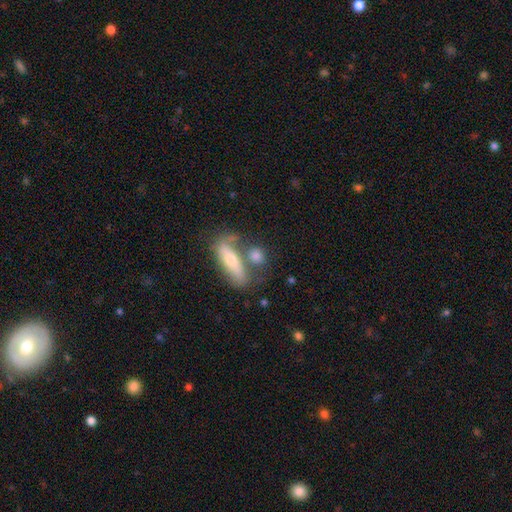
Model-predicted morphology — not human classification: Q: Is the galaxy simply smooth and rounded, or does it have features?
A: smooth — 72%.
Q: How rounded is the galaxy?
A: round — 41%.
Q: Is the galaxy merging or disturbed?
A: none — 52%.